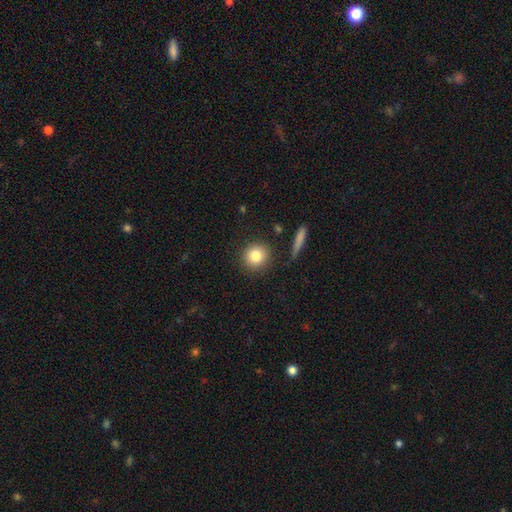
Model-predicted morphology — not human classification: This is clearly a smooth galaxy (82%). How rounded: clearly round (89%). Merging: clearly none (86%).